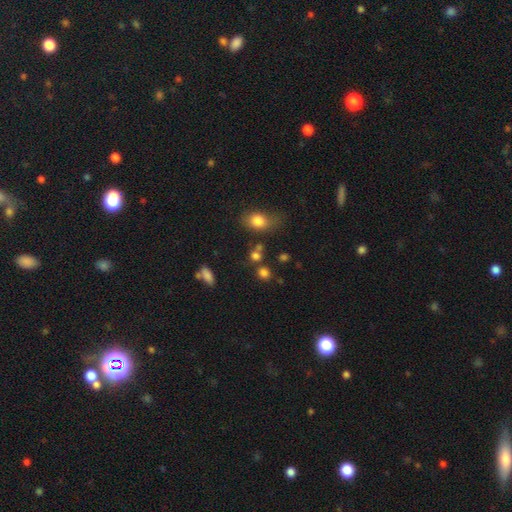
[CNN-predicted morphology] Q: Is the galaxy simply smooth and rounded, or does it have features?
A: smooth — 76%.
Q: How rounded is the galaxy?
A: round — 75%.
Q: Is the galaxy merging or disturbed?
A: none — 59%.